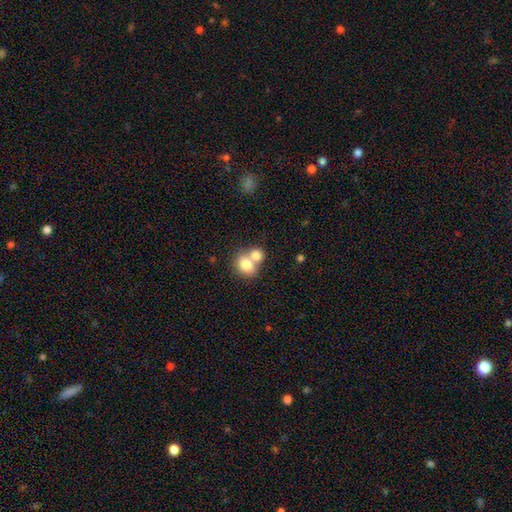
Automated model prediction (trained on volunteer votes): Overall: smooth (78%). How rounded: round (63%; in between 37%). Merging: merger (62%; none 29%).